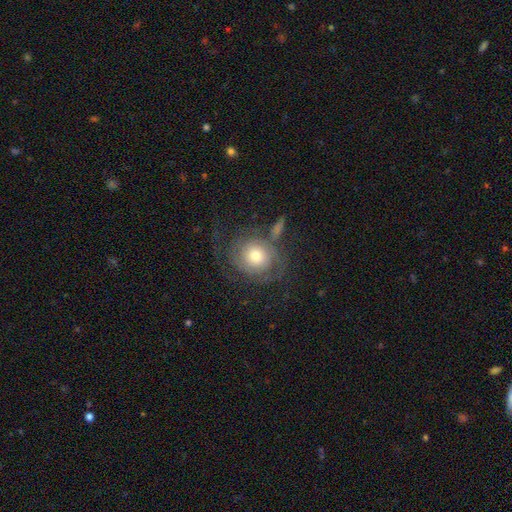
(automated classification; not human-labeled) smooth_or_featured: featured or disk (p=0.62) [alt: smooth p=0.30]
disk_edge_on: no (p=0.96) [alt: yes p=0.04]
bar: no (p=0.83) [alt: weak p=0.14]
has_spiral_arms: yes (p=0.81) [alt: no p=0.19]
bulge_size: moderate (p=0.58) [alt: small p=0.29]
merging: none (p=0.54) [alt: major disturbance p=0.20]